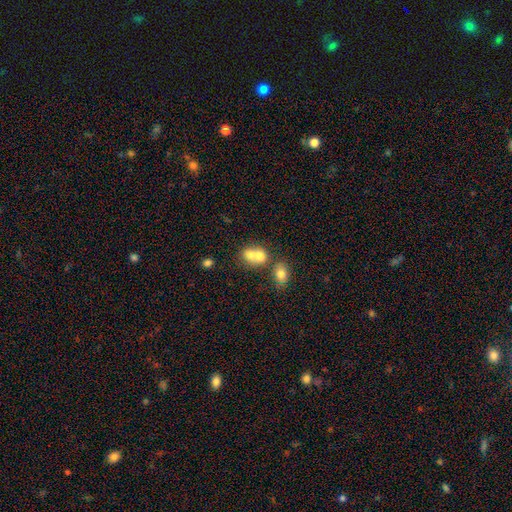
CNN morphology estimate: Overall: smooth (71%). How rounded: round (50%; in between 49%). Merging: merger (70%).